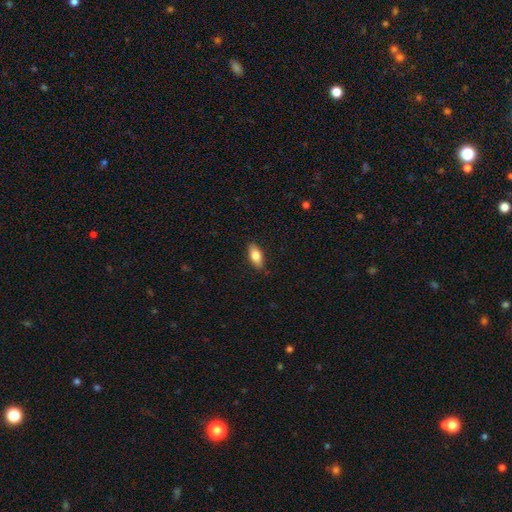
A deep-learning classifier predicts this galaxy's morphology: Q: Smooth or featured?
A: smooth (79%); runner-up: featured or disk (14%)
Q: How rounded?
A: in between (87%); runner-up: cigar-shaped (9%)
Q: Merging?
A: none (86%); runner-up: minor disturbance (11%)